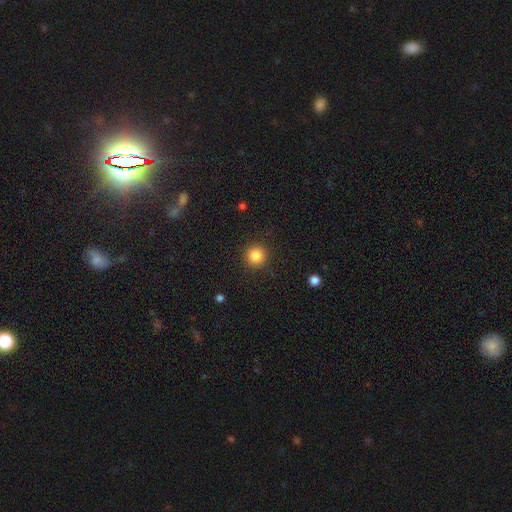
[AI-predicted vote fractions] Smooth or featured: smooth — 85% (star or artifact — 11%)
How rounded: round — 95% (in between — 4%)
Merging: none — 91% (minor disturbance — 6%)